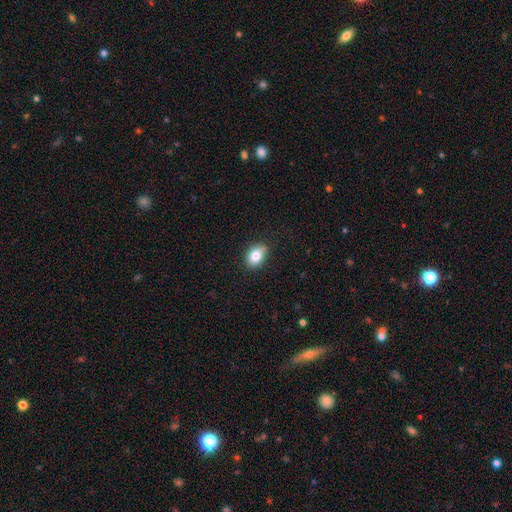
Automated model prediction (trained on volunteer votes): Q: Smooth or featured?
A: smooth (82%); runner-up: featured or disk (9%)
Q: How rounded?
A: in between (76%); runner-up: round (23%)
Q: Merging?
A: none (78%); runner-up: minor disturbance (17%)